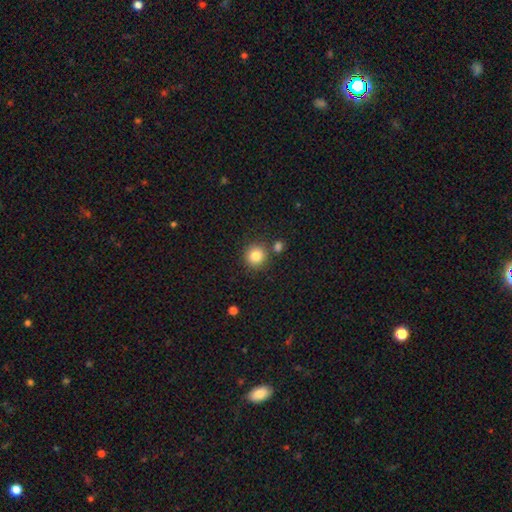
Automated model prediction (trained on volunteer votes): This appears to be a smooth galaxy with no disk features (84%) that is round (92%). Merging: none (80%).